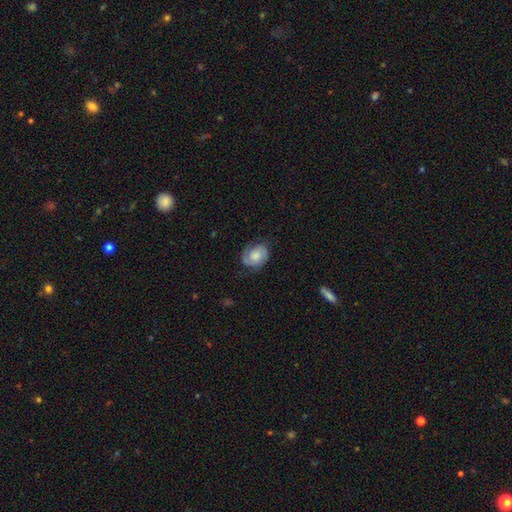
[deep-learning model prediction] Smooth or featured? Predicted: featured or disk (p=0.64). Edge-on disk? Predicted: no (p=0.97). Bar? Predicted: no (p=0.72). Spiral arms? Predicted: yes (p=0.93). Spiral winding? Predicted: tight (p=0.51). Spiral arm count? Predicted: 2 (p=0.76). Bulge size? Predicted: moderate (p=0.47). Merging? Predicted: none (p=0.72).